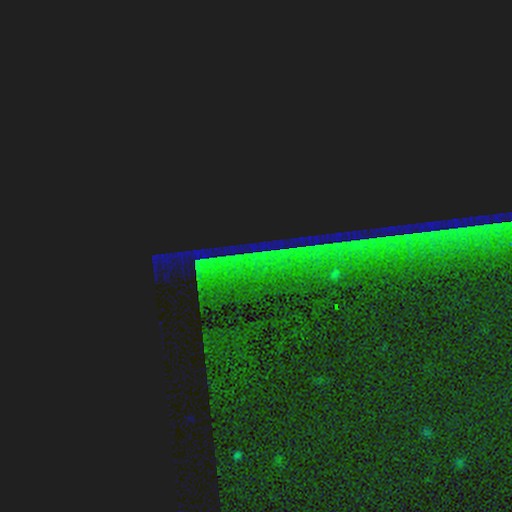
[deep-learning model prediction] This is clearly a star or artifact rather than a galaxy (89%).